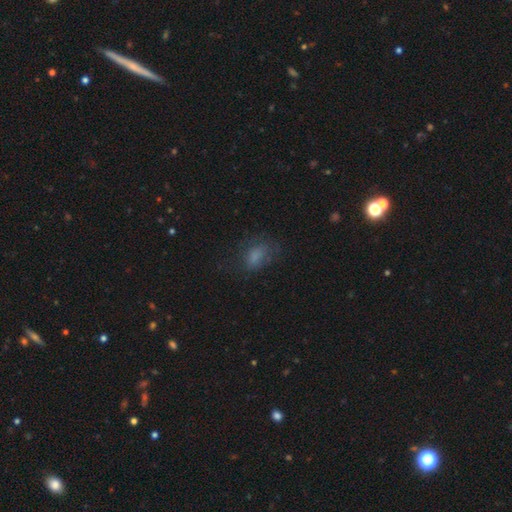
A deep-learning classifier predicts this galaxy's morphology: Smooth or featured? smooth (66%)
How rounded? in between (81%)
Merging? none (54%)